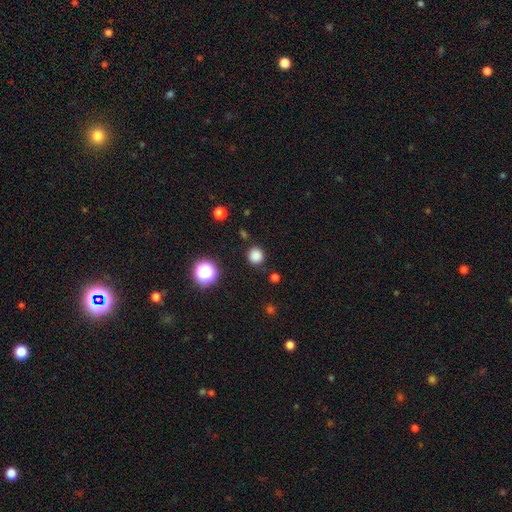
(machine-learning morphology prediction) This is clearly a smooth galaxy (82%). How rounded: clearly round (93%). Merging: clearly none (88%).